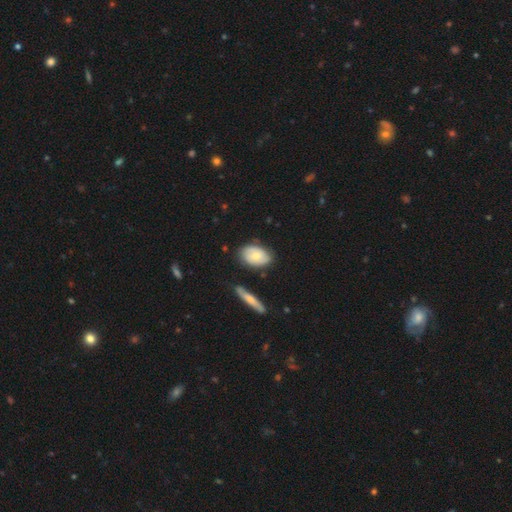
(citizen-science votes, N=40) This is likely a smooth galaxy (60%). How rounded: clearly in between (96%). Merging: clearly none (92%).